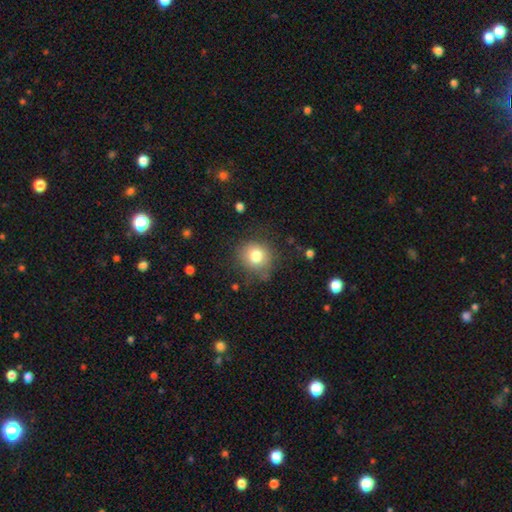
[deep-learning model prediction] smooth 79%, featured or disk 11%, star or artifact 11%. Down the decision tree: how rounded — round (84%); merging — none (74%).